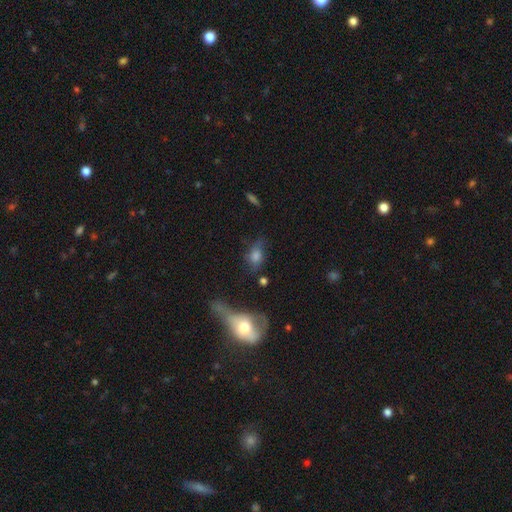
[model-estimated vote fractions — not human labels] This is possibly a smooth galaxy (57%). How rounded: likely in between (67%). Merging: possibly none (48%).